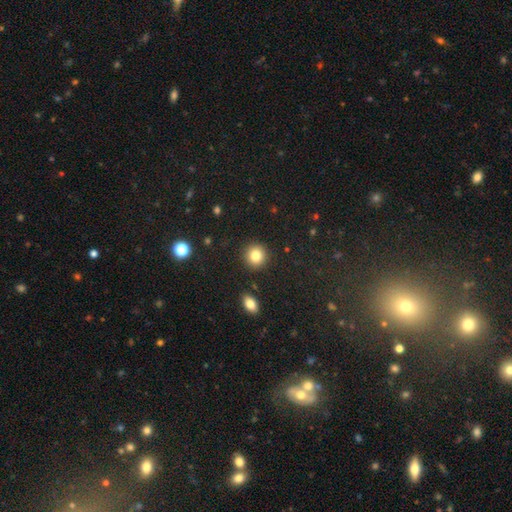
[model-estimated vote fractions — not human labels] Smooth or featured: smooth — 83% (star or artifact — 10%)
How rounded: round — 91% (in between — 8%)
Merging: none — 90% (minor disturbance — 6%)